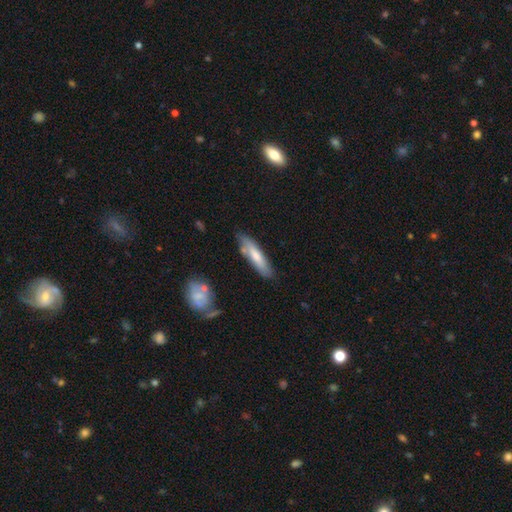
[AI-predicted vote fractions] smooth_or_featured: smooth (p=0.67) [alt: featured or disk p=0.28]
how_rounded: cigar-shaped (p=0.73) [alt: in between p=0.25]
merging: none (p=0.74) [alt: minor disturbance p=0.18]